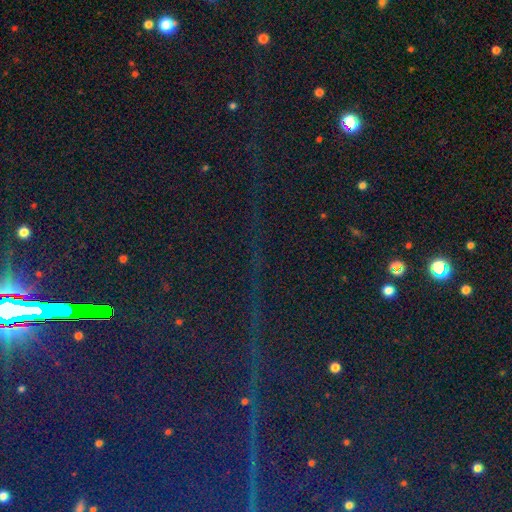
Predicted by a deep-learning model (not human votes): Smooth or featured? Predicted: star or artifact (p=0.87).